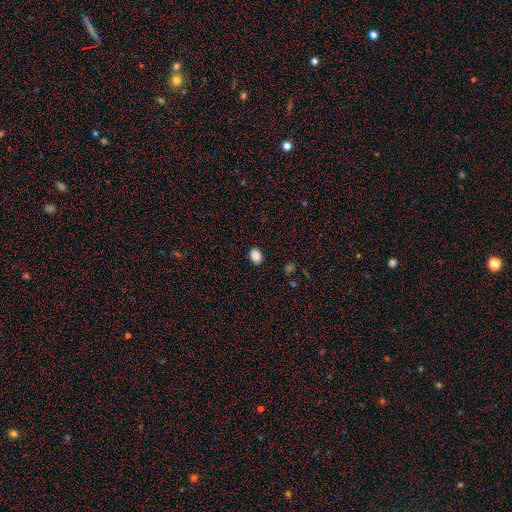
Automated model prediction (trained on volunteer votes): smooth_or_featured: smooth (p=0.87) [alt: star or artifact p=0.10]
how_rounded: in between (p=0.62) [alt: round p=0.37]
merging: none (p=0.89) [alt: minor disturbance p=0.08]